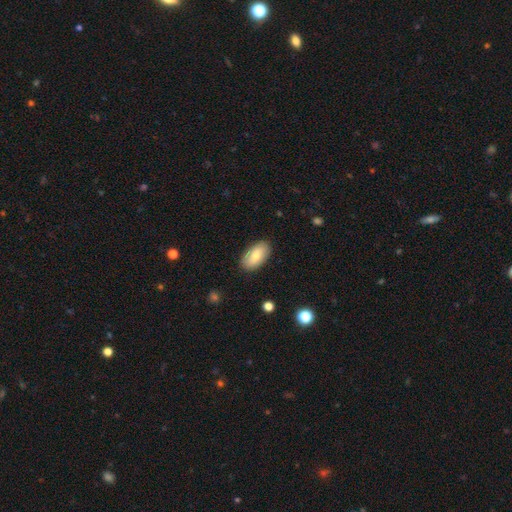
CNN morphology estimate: Smooth or featured? smooth (74%)
How rounded? in between (95%)
Merging? none (87%)